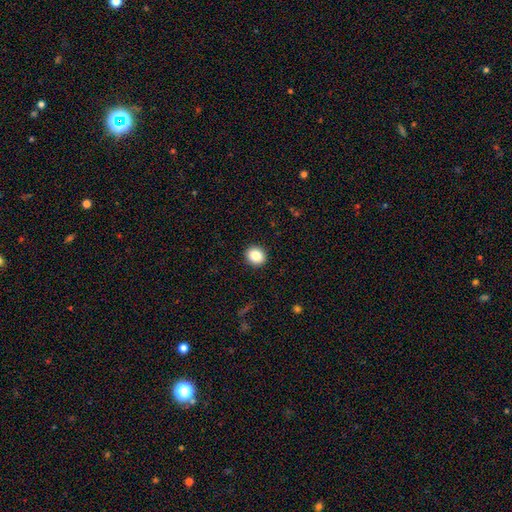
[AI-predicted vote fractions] Morphology: type=smooth (86%); roundness=round (81%); merging=none (92%).